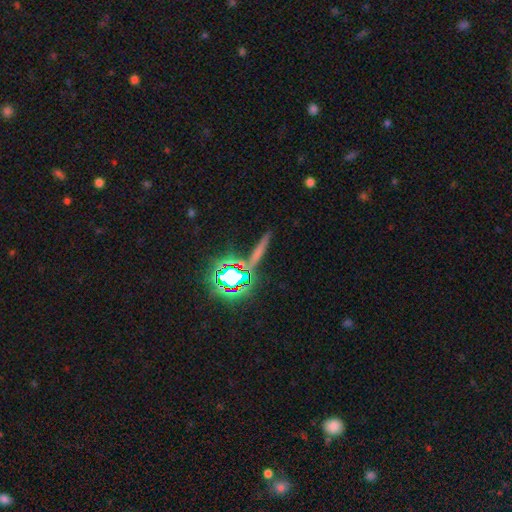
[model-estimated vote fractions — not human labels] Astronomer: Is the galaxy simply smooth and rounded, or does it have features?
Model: star or artifact — 45% (runner-up: smooth, 33%).